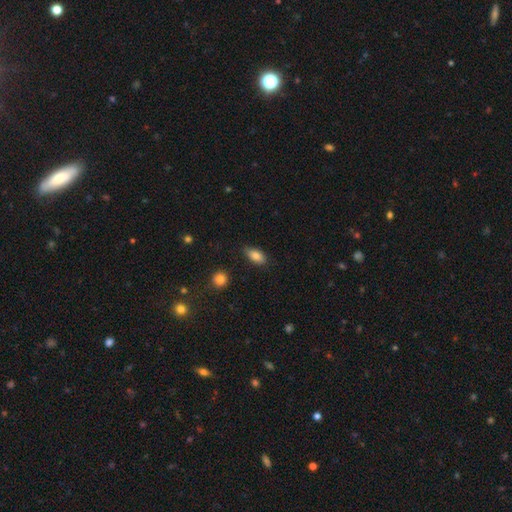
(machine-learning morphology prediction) This appears to be a smooth galaxy with no disk features (83%) that is in between round and cigar-shaped (88%). Merging: none (83%).